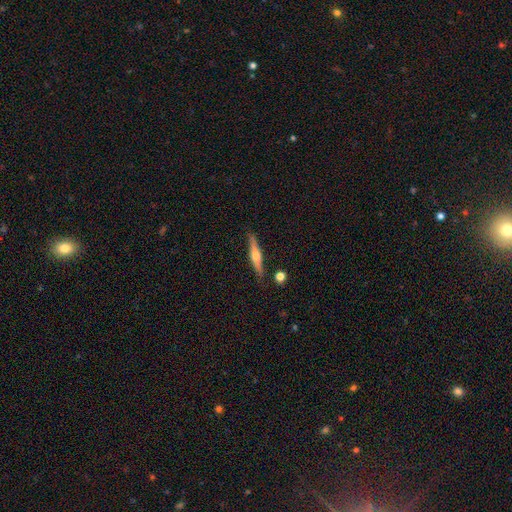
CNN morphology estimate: type=featured or disk (63%); edge-on=yes (97%); edge-on bulge=rounded (87%); merging=none (85%).